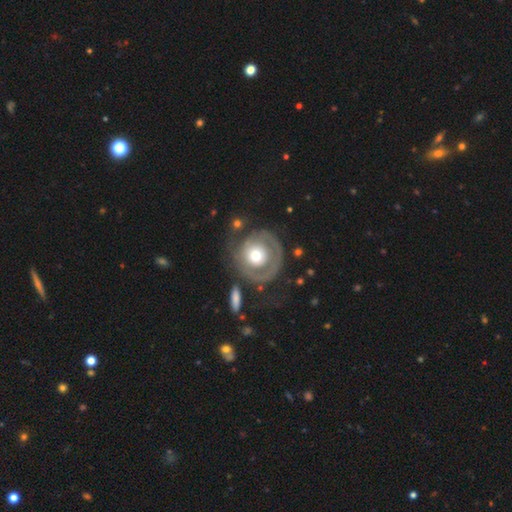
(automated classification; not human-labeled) A featured or disk galaxy (63%) with no bar (86%), spiral arms (54%) and a moderate central bulge (62%). Merging: none (60%).